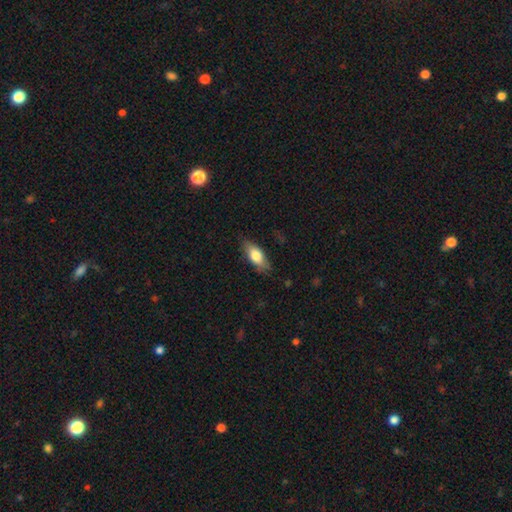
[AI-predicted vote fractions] smooth-or-featured: smooth: 75% | featured or disk: 18% | star or artifact: 6%
  how-rounded: in between: 78% | cigar-shaped: 19% | round: 3%
  merging: none: 81% | minor disturbance: 15% | major disturbance: 3% | merger: 1%